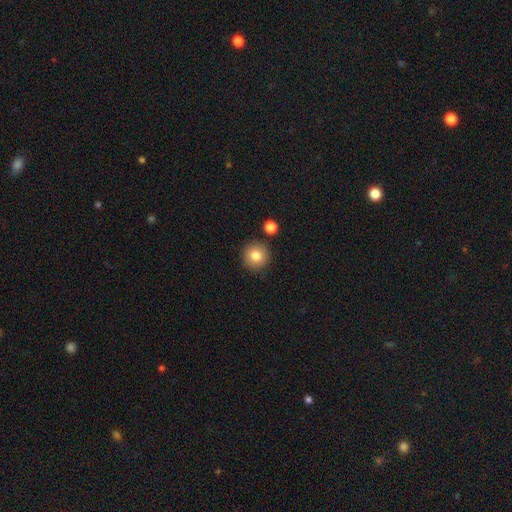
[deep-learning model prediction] Smooth or featured? smooth (83%)
How rounded? round (94%)
Merging? none (87%)